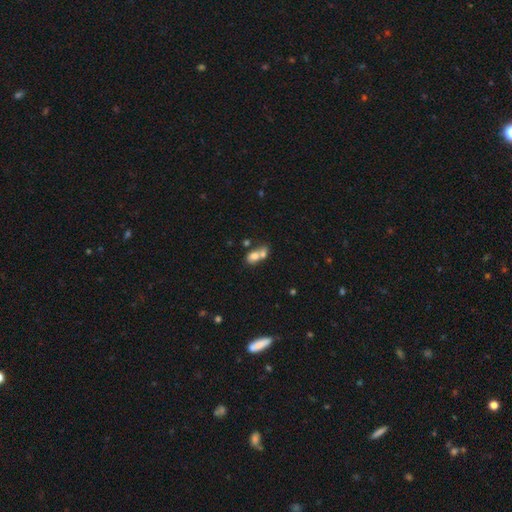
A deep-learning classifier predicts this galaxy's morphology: Overall: smooth (70%). How rounded: in between (68%; round 28%). Merging: merger (69%).